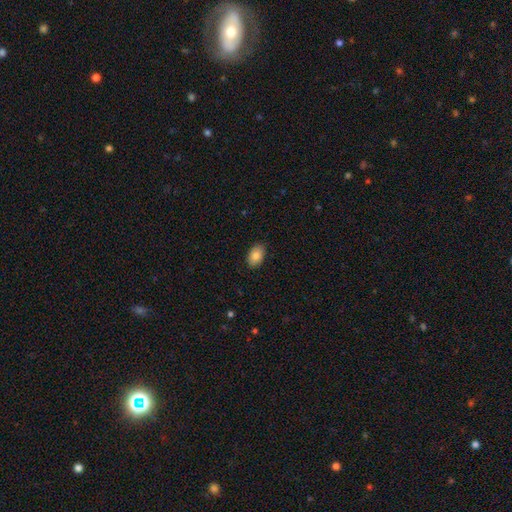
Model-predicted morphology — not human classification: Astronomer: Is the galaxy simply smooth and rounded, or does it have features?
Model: smooth — 84%.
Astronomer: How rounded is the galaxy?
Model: in between — 90%.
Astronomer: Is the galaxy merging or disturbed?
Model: none — 88%.